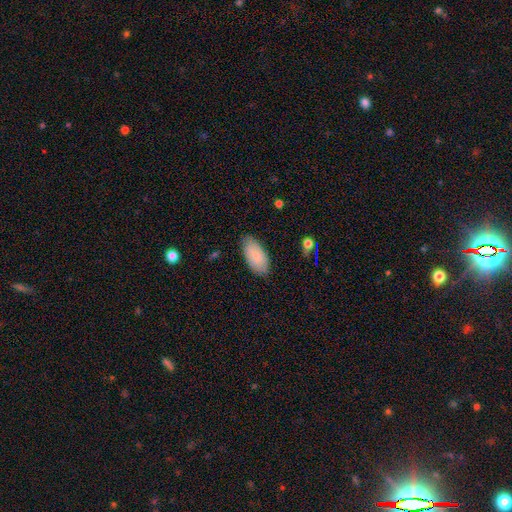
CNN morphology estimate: smooth_or_featured: smooth (p=0.87) [alt: featured or disk p=0.07]
how_rounded: in between (p=0.94) [alt: cigar-shaped p=0.04]
merging: none (p=0.83) [alt: minor disturbance p=0.14]